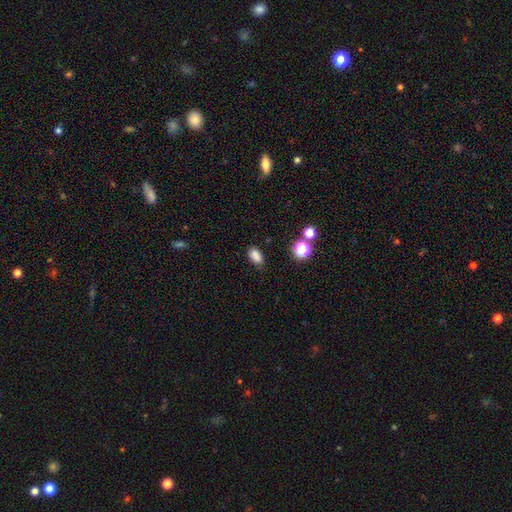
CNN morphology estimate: The model was most divided on "merging": none: 78%, minor disturbance: 16%, major disturbance: 3%, merger: 3%. More confident: how rounded — in between (86%); smooth or featured — smooth (83%).